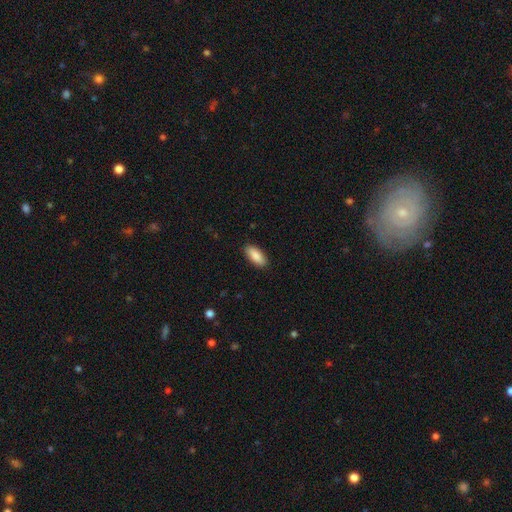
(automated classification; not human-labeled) smooth-or-featured: smooth: 89% | star or artifact: 6% | featured or disk: 5%
  how-rounded: in between: 86% | cigar-shaped: 12% | round: 2%
  merging: none: 89% | minor disturbance: 8% | major disturbance: 2% | merger: 1%